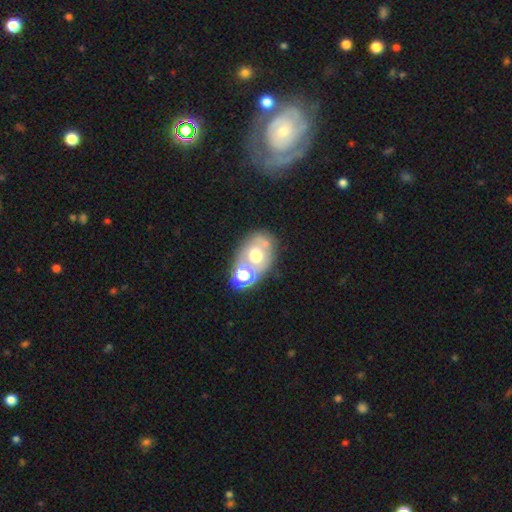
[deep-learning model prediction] smooth-or-featured: smooth: 47% | featured or disk: 37% | star or artifact: 16%
  merging: none: 52% | merger: 28% | minor disturbance: 13% | major disturbance: 7%